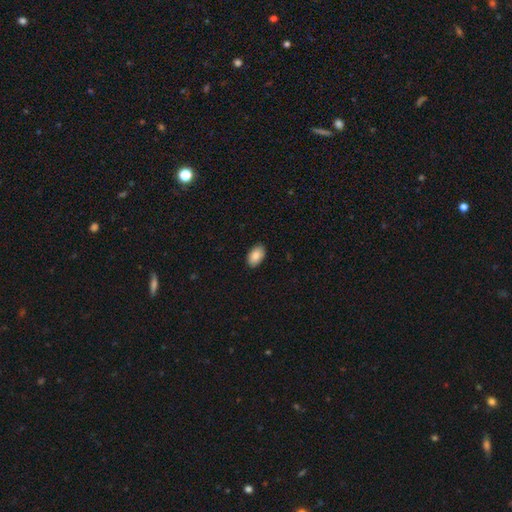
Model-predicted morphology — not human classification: The model was most divided on "merging": none: 89%, minor disturbance: 8%, major disturbance: 2%, merger: 1%. More confident: how rounded — in between (93%); smooth or featured — smooth (88%).